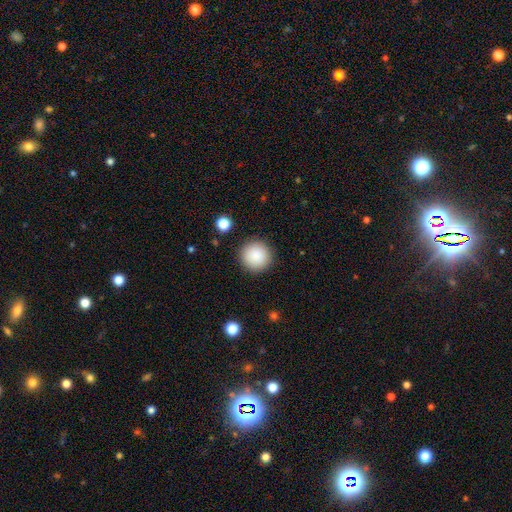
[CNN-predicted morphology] Smooth or featured?
  - smooth: 88% *
  - star or artifact: 8%
  - featured or disk: 4%
How rounded?
  - round: 96% *
  - in between: 3%
  - cigar-shaped: 1%
Merging?
  - none: 91% *
  - minor disturbance: 6%
  - major disturbance: 2%
  - merger: 1%